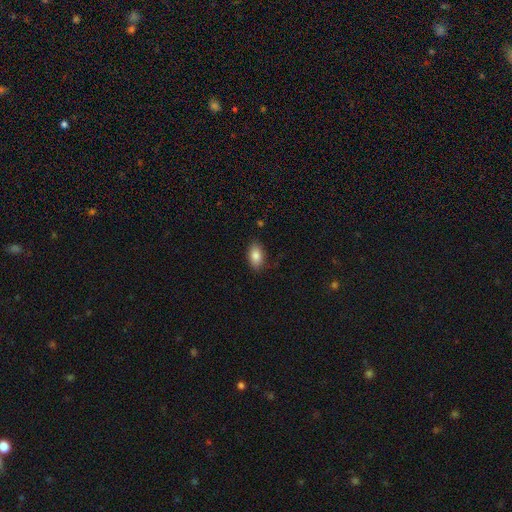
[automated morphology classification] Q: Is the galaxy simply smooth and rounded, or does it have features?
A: smooth — 85%.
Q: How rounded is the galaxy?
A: in between — 91%.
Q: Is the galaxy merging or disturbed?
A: none — 84%.